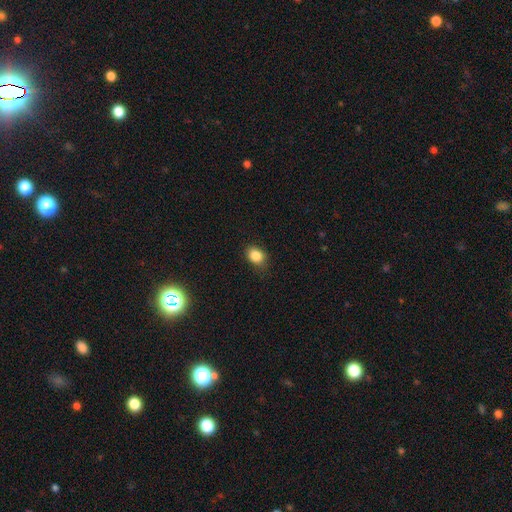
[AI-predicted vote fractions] Overall: smooth (86%). How rounded: in between (59%; round 40%). Merging: none (80%).